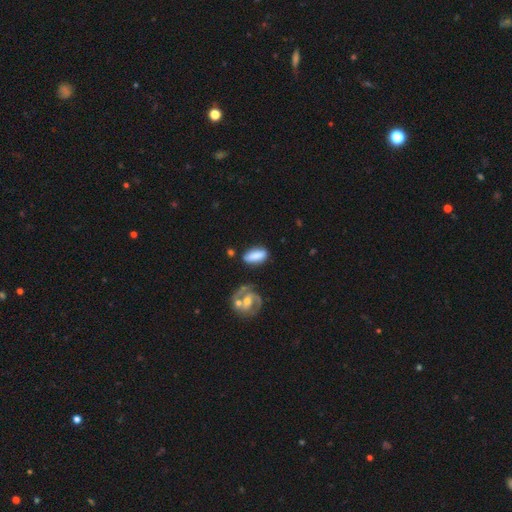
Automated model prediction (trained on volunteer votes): Smooth or featured? smooth (76%)
How rounded? in between (77%)
Merging? none (70%)